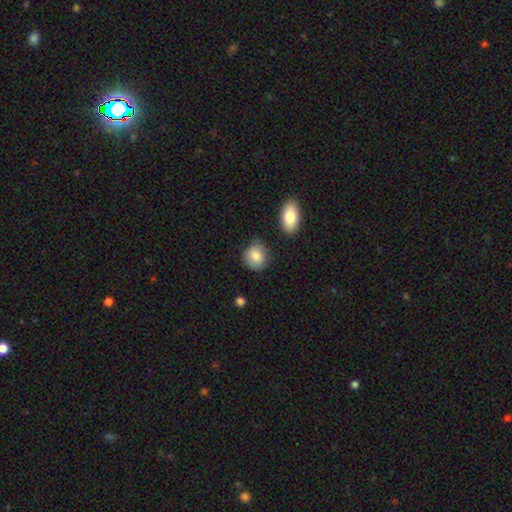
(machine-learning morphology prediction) A smooth galaxy with no disk features (85%) that is round (75%). Merging: none (74%).